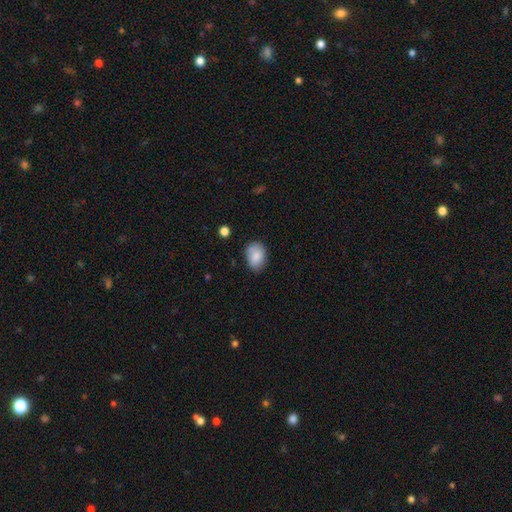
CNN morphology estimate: smooth-or-featured: smooth: 83% | featured or disk: 10% | star or artifact: 7%
  how-rounded: in between: 77% | round: 22% | cigar-shaped: 1%
  merging: none: 69% | minor disturbance: 24% | major disturbance: 5% | merger: 3%